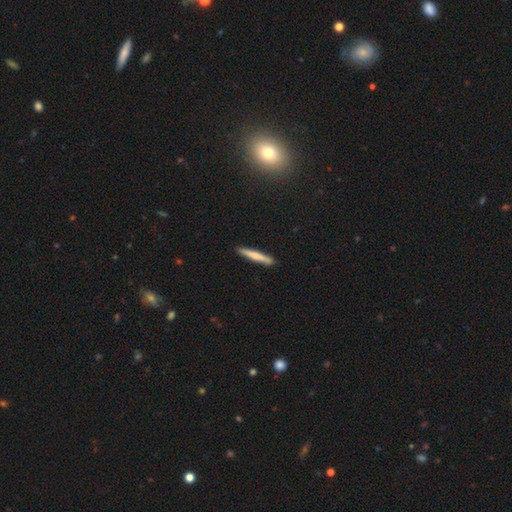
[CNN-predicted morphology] Smooth or featured? smooth (67%)
How rounded? cigar-shaped (95%)
Merging? none (90%)